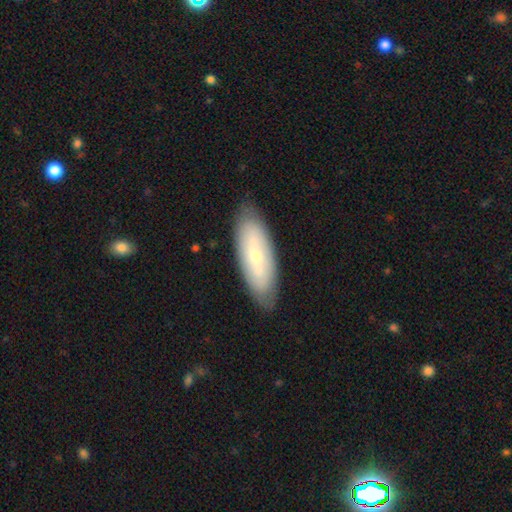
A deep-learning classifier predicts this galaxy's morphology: smooth_or_featured: smooth (p=0.50) [alt: featured or disk p=0.44]
how_rounded: in between (p=0.70) [alt: cigar-shaped p=0.28]
merging: none (p=0.84) [alt: minor disturbance p=0.12]